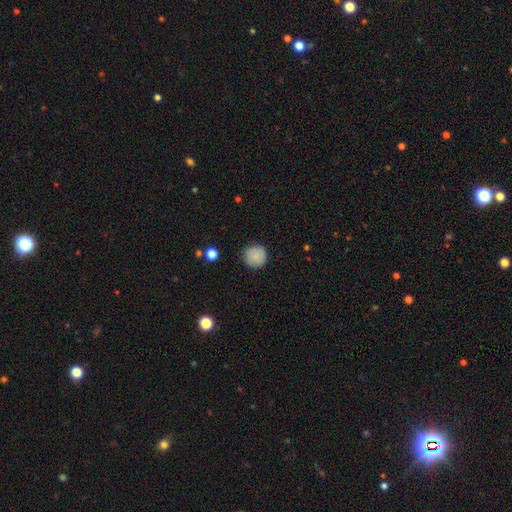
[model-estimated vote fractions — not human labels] Smooth or featured? Predicted: smooth (p=0.84). How rounded? Predicted: round (p=0.94). Merging? Predicted: none (p=0.85).